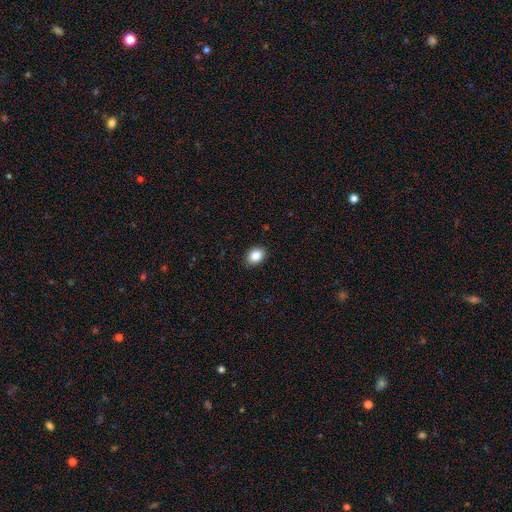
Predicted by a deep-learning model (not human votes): Smooth or featured: smooth — 85% (star or artifact — 9%)
How rounded: in between — 68% (round — 31%)
Merging: none — 87% (minor disturbance — 10%)